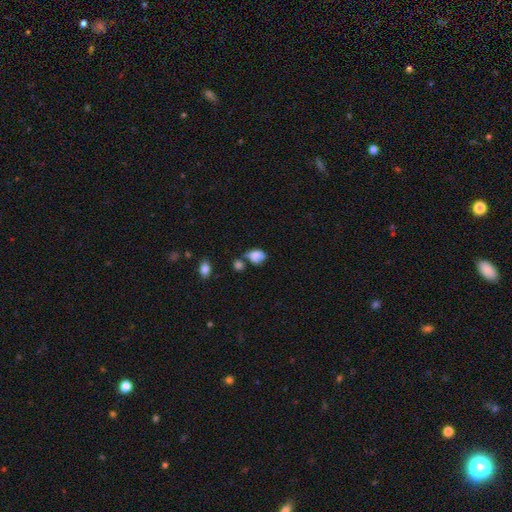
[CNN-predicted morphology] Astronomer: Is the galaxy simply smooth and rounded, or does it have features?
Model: smooth — 75%.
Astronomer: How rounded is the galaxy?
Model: in between — 69%.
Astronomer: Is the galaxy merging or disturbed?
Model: none — 33% (runner-up: merger, 29%).